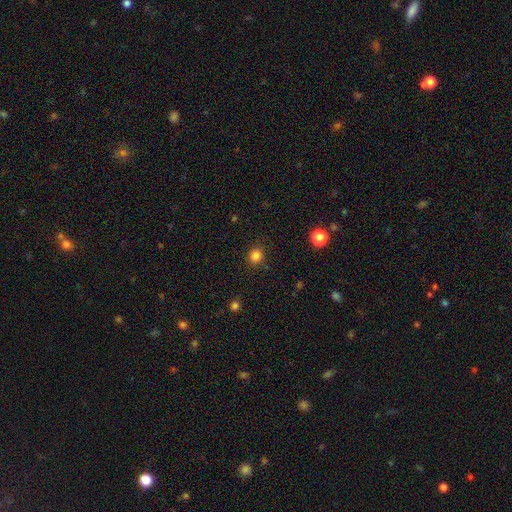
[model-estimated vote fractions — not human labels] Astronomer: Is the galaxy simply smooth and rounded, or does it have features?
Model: smooth — 83%.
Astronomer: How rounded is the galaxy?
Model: round — 85%.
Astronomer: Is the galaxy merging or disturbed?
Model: none — 87%.